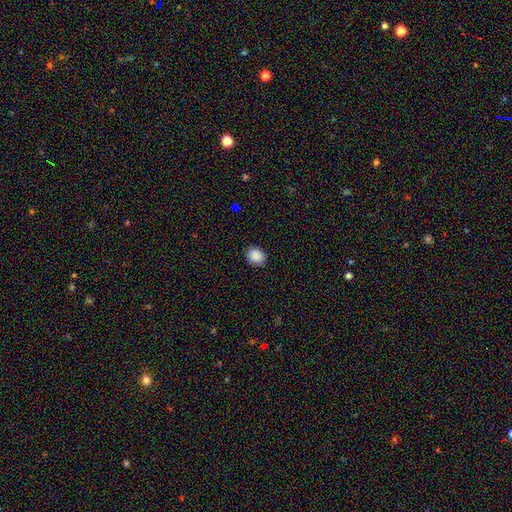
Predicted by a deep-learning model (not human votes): This is clearly a smooth galaxy (89%). How rounded: possibly round (53%). Merging: clearly none (89%).